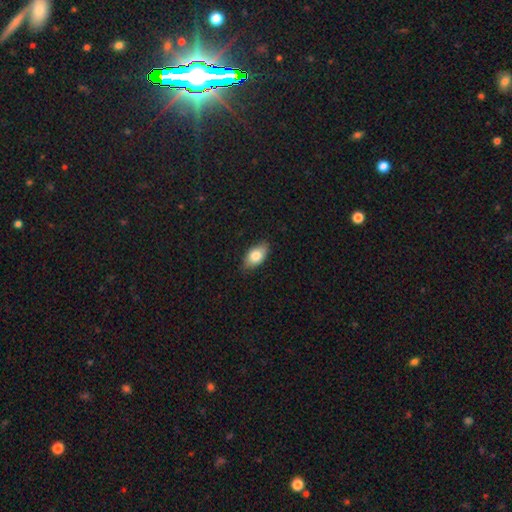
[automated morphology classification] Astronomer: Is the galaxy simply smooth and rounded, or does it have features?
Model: smooth — 80%.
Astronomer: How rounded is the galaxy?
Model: in between — 91%.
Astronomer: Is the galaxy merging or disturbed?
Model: none — 84%.